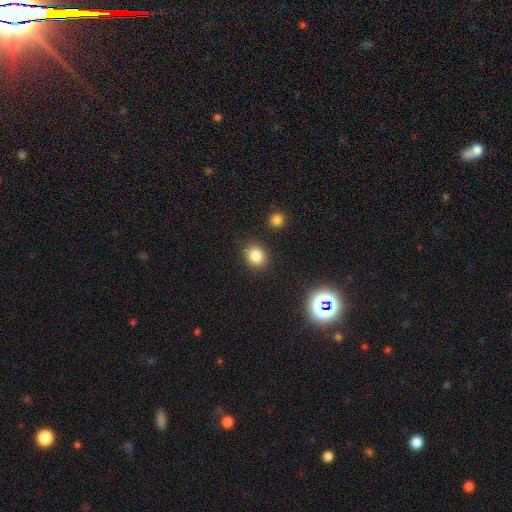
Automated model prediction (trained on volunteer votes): This appears to be a smooth galaxy with no disk features (83%) that is round (69%). Merging: none (85%).